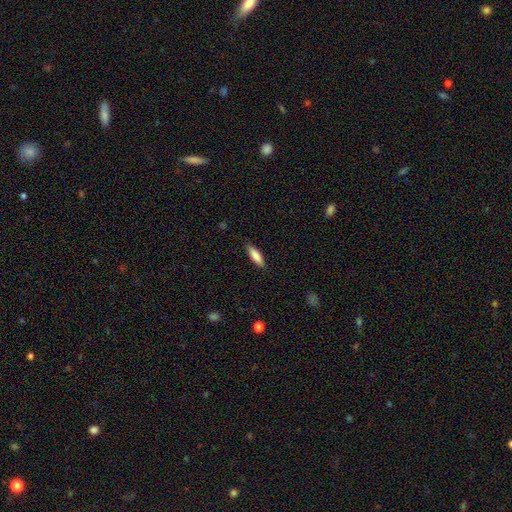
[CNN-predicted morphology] smooth-or-featured: smooth: 85% | featured or disk: 9% | star or artifact: 6%
  how-rounded: cigar-shaped: 52% | in between: 46% | round: 2%
  merging: none: 87% | minor disturbance: 9% | major disturbance: 2% | merger: 1%